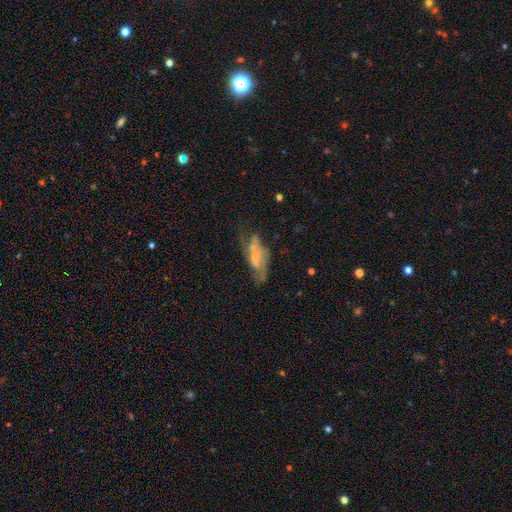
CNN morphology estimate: featured or disk 56%, smooth 35%, star or artifact 9%. Down the decision tree: edge-on disk — no (84%); merging — none (37%).